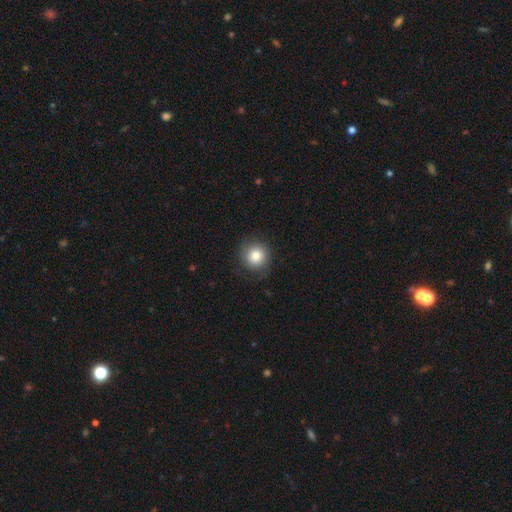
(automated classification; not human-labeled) A smooth galaxy with no disk features (81%) that is round (91%). Merging: none (82%).